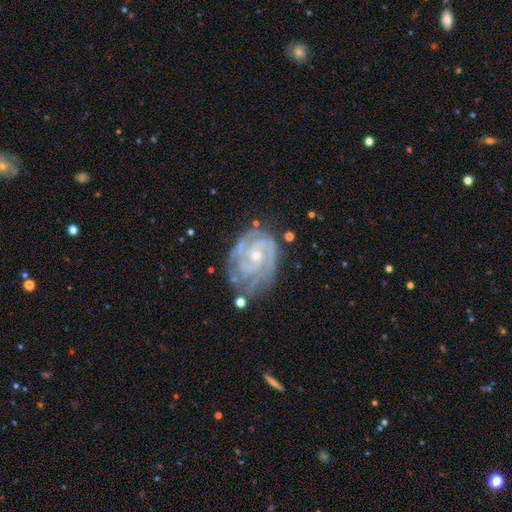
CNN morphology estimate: Smooth or featured: featured or disk — 89% (smooth — 6%)
Edge-on disk: no — 98% (yes — 2%)
Bar: no — 65% (weak — 29%)
Spiral arms: yes — 97% (no — 3%)
Spiral winding: tight — 63% (medium — 31%)
Spiral arm count: 2 — 43% (3 — 25%)
Bulge size: small — 62% (moderate — 34%)
Merging: none — 60% (minor disturbance — 25%)